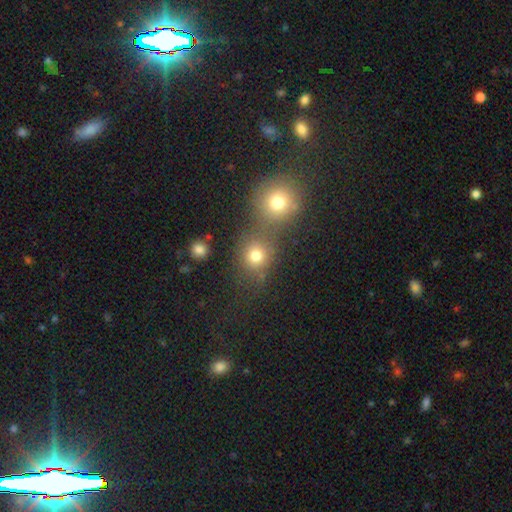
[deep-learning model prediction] Smooth or featured? smooth (76%)
How rounded? round (80%)
Merging? none (47%)